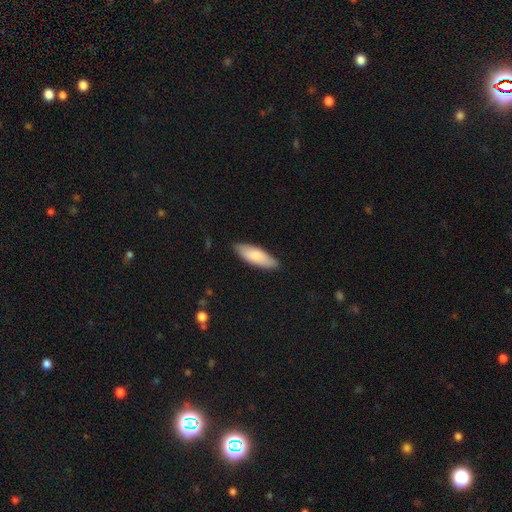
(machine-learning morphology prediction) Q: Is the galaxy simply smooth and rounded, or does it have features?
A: smooth — 81%.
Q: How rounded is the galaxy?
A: in between — 64%.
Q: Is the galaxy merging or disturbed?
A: none — 84%.